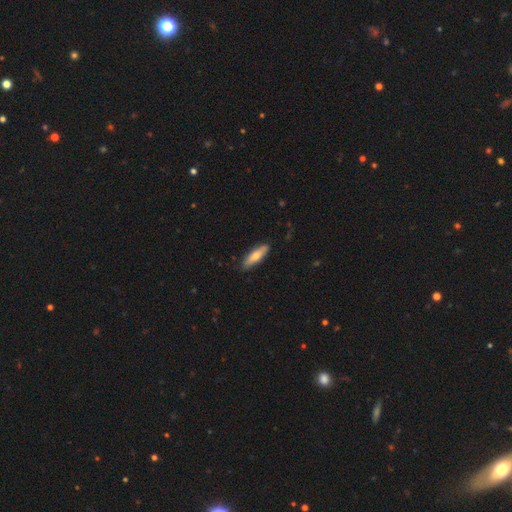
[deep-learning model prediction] Morphology: type=smooth (64%); roundness=cigar-shaped (64%); merging=none (86%).